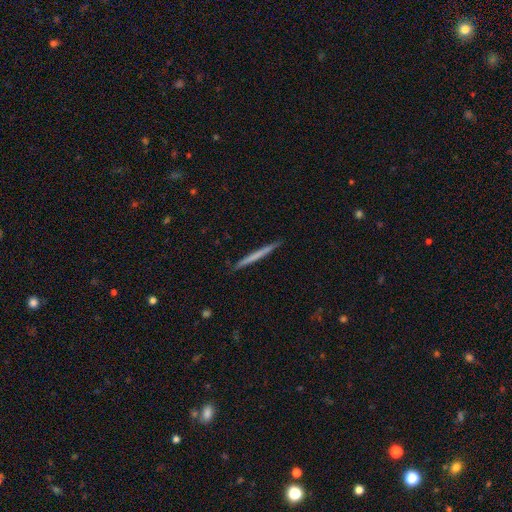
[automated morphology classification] smooth 54%, featured or disk 40%, star or artifact 5%. Down the decision tree: how rounded — cigar-shaped (97%); merging — none (91%).